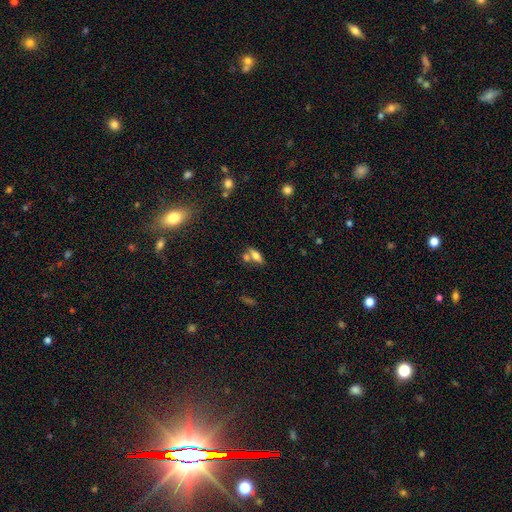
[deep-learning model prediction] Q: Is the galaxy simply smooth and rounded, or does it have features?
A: smooth — 64%.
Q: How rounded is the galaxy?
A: in between — 72%.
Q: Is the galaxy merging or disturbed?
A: none — 52%.